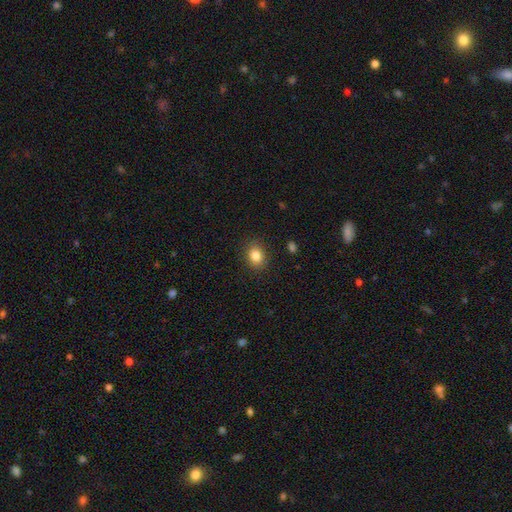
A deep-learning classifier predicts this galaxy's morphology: A smooth galaxy with no disk features (85%) that is in between round and cigar-shaped (51%).

Vote fractions:
- Smooth or featured? smooth: 85% / star or artifact: 10% / featured or disk: 5%
- How rounded? in between: 51% / round: 48% / cigar-shaped: 1%
- Merging? none: 87% / minor disturbance: 9% / major disturbance: 3% / merger: 1%